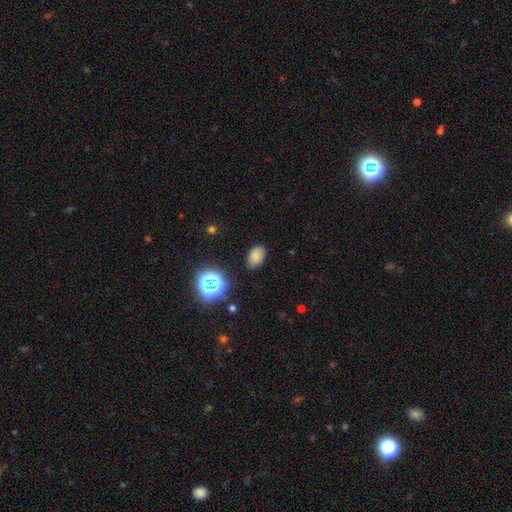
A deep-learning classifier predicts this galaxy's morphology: A smooth galaxy with no disk features (76%) that is in between round and cigar-shaped (87%).

Vote fractions:
- Smooth or featured? smooth: 76% / star or artifact: 18% / featured or disk: 6%
- How rounded? in between: 87% / round: 12% / cigar-shaped: 1%
- Merging? none: 83% / minor disturbance: 12% / major disturbance: 3% / merger: 2%